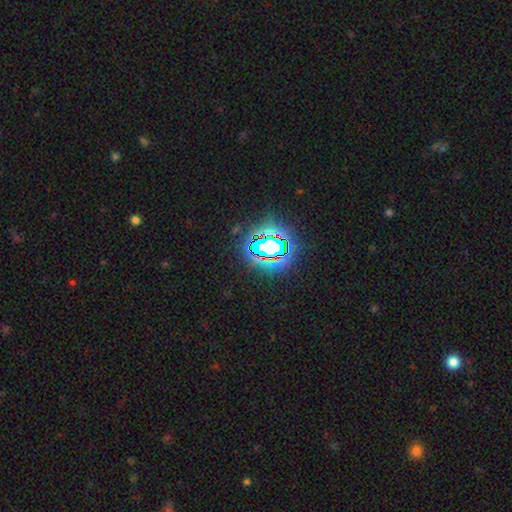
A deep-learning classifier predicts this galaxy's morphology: smooth-or-featured: star or artifact: 77% | smooth: 14% | featured or disk: 10%